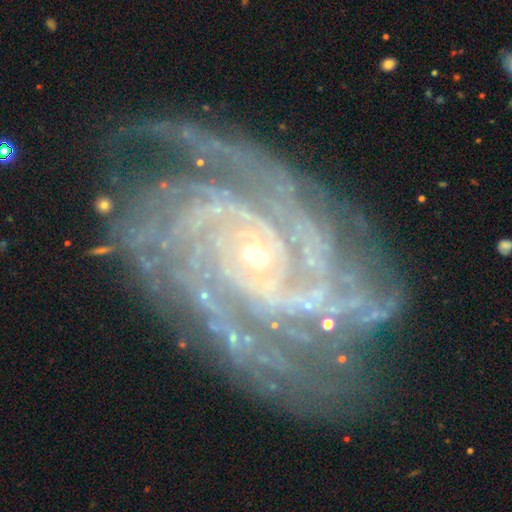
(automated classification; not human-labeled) Morphology: type=featured or disk (92%); edge-on=no (97%); bar=no (67%); spiral arms=yes (99%); winding=tight (74%); arm count=4 (26%); bulge=small (84%); merging=none (78%).